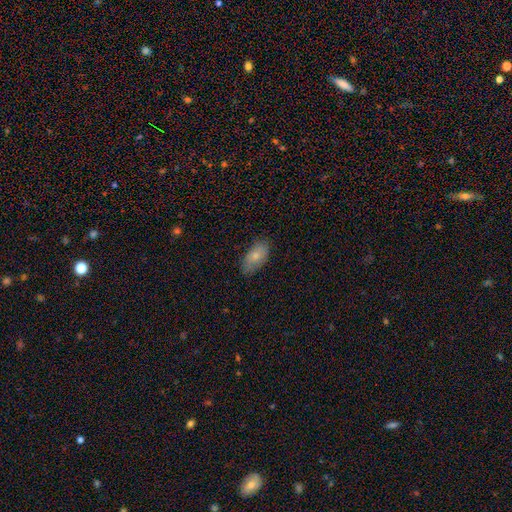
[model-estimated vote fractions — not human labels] smooth_or_featured: smooth (p=0.78) [alt: featured or disk p=0.15]
how_rounded: in between (p=0.92) [alt: cigar-shaped p=0.05]
merging: none (p=0.79) [alt: minor disturbance p=0.17]